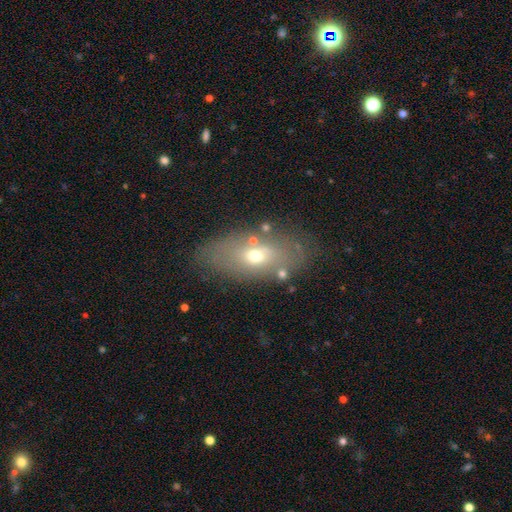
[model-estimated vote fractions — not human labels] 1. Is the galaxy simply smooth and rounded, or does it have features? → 51% smooth, 39% featured or disk, 11% star or artifact.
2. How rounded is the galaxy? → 84% in between, 9% cigar-shaped, 7% round.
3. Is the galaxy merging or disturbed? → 74% none, 15% minor disturbance, 6% major disturbance, 5% merger.